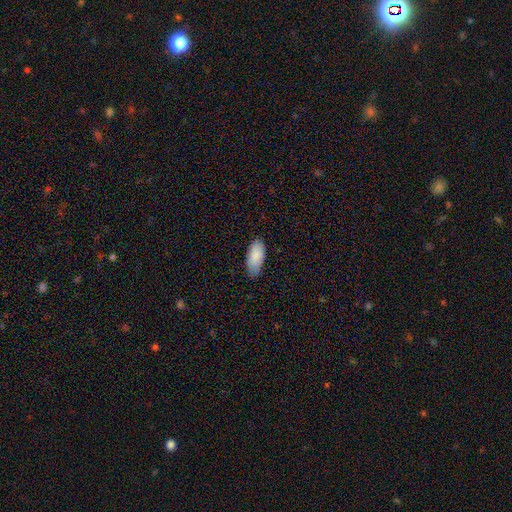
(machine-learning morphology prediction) A smooth galaxy with no disk features (87%) that is in between round and cigar-shaped (89%). Merging: none (72%).